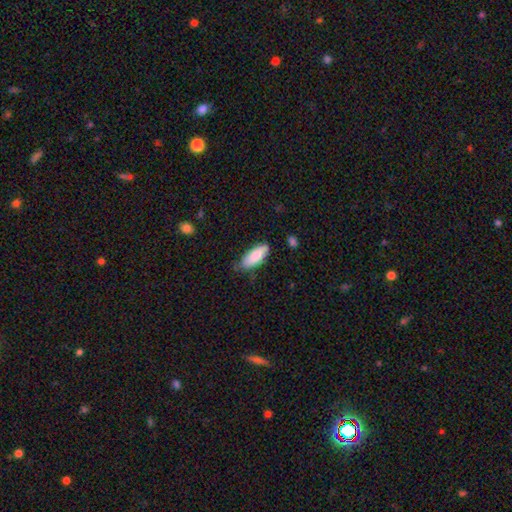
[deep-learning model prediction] Q: Smooth or featured?
A: smooth (83%); runner-up: featured or disk (11%)
Q: How rounded?
A: in between (79%); runner-up: cigar-shaped (20%)
Q: Merging?
A: none (71%); runner-up: minor disturbance (23%)